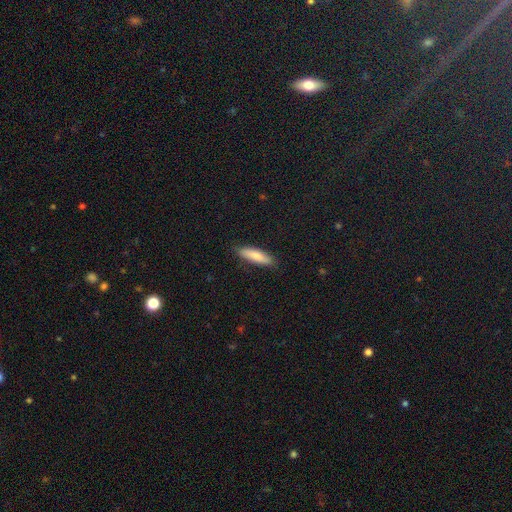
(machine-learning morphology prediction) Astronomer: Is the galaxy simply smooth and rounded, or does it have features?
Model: smooth — 79%.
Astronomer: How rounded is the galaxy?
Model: cigar-shaped — 63%.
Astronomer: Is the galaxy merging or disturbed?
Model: none — 86%.